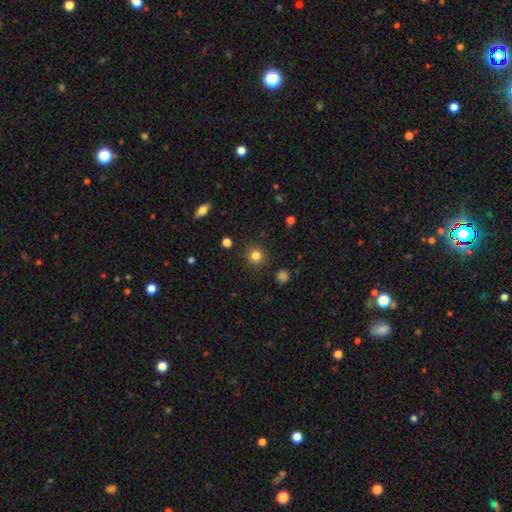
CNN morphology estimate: A smooth galaxy with no disk features (82%) that is round (92%).

Vote fractions:
- Smooth or featured? smooth: 82% / star or artifact: 13% / featured or disk: 5%
- How rounded? round: 92% / in between: 7% / cigar-shaped: 1%
- Merging? none: 90% / minor disturbance: 6% / major disturbance: 2% / merger: 2%